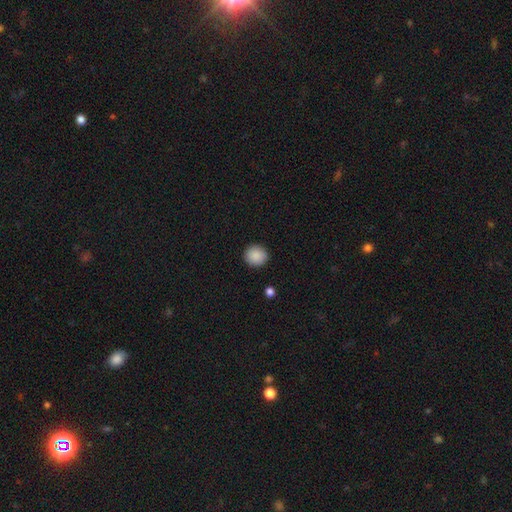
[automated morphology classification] This is clearly a smooth galaxy (89%). How rounded: clearly round (91%). Merging: clearly none (92%).